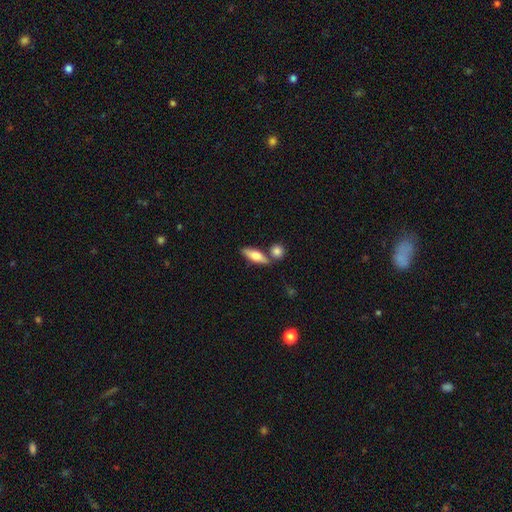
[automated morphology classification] smooth-or-featured: smooth: 60% | featured or disk: 34% | star or artifact: 6%
  how-rounded: in between: 51% | cigar-shaped: 45% | round: 4%
  merging: none: 70% | merger: 16% | minor disturbance: 10% | major disturbance: 3%